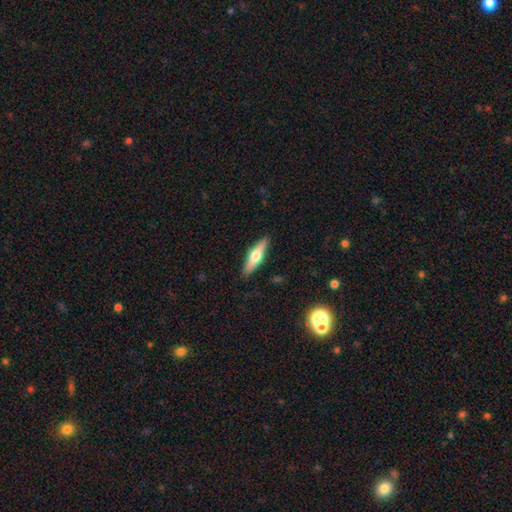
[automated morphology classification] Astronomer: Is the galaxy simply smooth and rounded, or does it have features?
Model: smooth — 53% (runner-up: featured or disk, 41%).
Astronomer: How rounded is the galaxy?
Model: cigar-shaped — 60% (runner-up: in between, 38%).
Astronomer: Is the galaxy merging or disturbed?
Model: none — 89%.